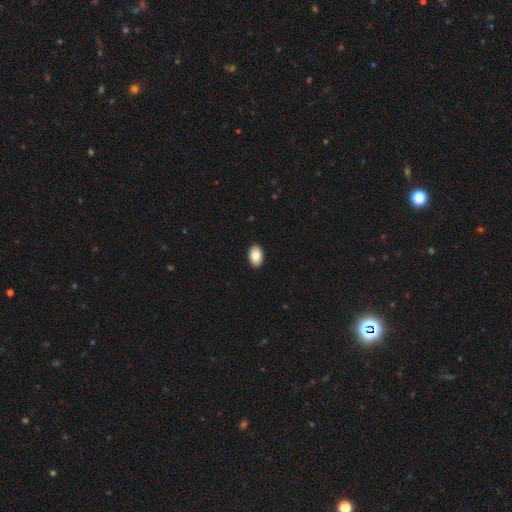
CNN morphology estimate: A smooth galaxy with no disk features (84%) that is in between round and cigar-shaped (88%). Merging: none (92%).